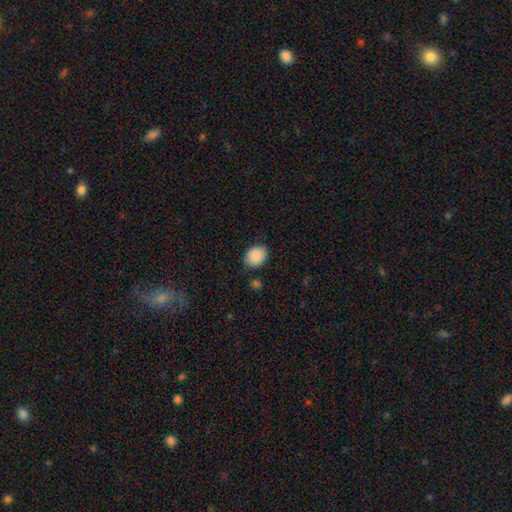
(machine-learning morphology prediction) This appears to be a smooth galaxy with no disk features (89%) that is round (51%). Merging: none (80%).